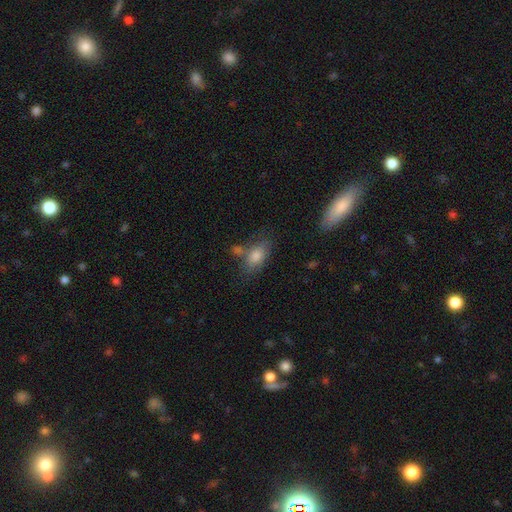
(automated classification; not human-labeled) A smooth galaxy with no disk features (77%) that is in between round and cigar-shaped (85%).

Vote fractions:
- Smooth or featured? smooth: 77% / featured or disk: 14% / star or artifact: 9%
- How rounded? in between: 85% / round: 8% / cigar-shaped: 7%
- Merging? none: 58% / minor disturbance: 20% / merger: 15% / major disturbance: 7%